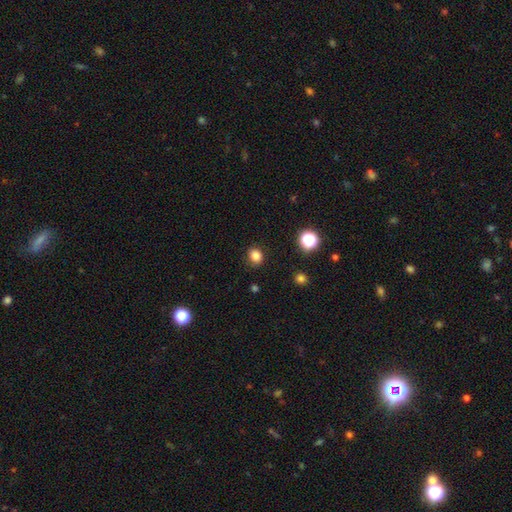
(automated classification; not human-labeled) Overall: smooth (83%). How rounded: round (64%; in between 35%). Merging: none (85%).